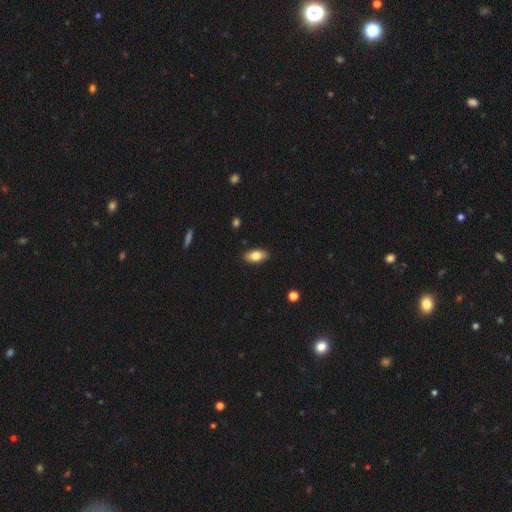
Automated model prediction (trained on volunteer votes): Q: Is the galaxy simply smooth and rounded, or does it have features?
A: smooth — 80%.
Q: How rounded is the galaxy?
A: in between — 91%.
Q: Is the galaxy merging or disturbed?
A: none — 89%.